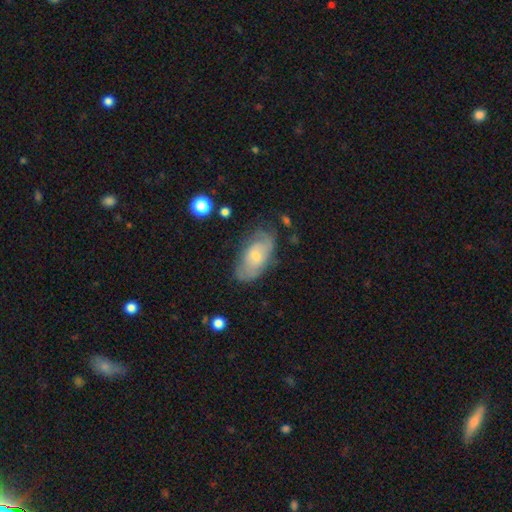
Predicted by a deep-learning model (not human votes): Smooth or featured: featured or disk — 55% (smooth — 38%)
Edge-on disk: no — 92% (yes — 8%)
Bar: no — 67% (weak — 28%)
Spiral arms: yes — 76% (no — 24%)
Bulge size: small — 56% (moderate — 38%)
Merging: none — 63% (minor disturbance — 25%)